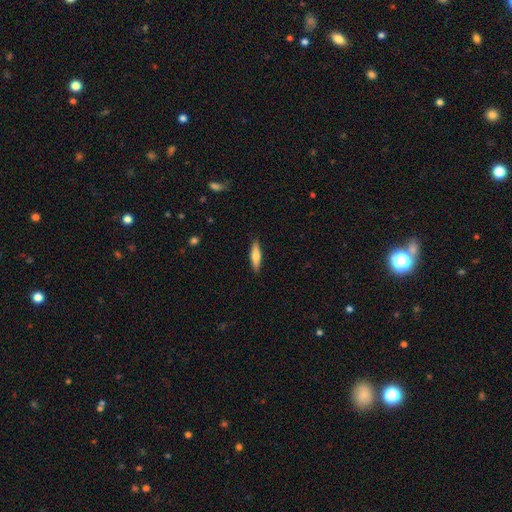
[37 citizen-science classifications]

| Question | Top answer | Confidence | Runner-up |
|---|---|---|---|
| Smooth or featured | smooth | 65% | featured or disk (32%) |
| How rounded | cigar-shaped | 71% | in between (29%) |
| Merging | none | 94% | minor disturbance (3%) |